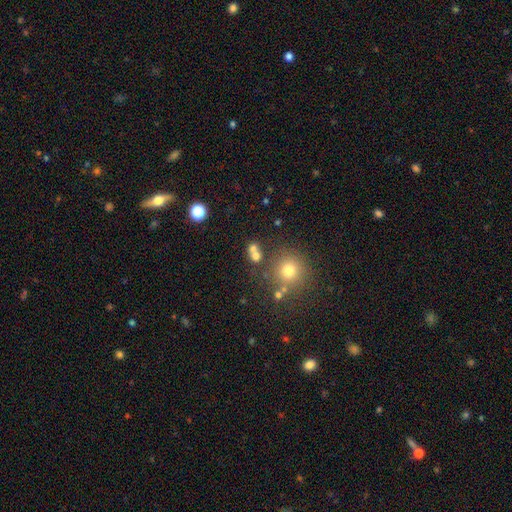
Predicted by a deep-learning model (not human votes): A smooth galaxy with no disk features (69%) that is round (74%).

Vote fractions:
- Smooth or featured? smooth: 69% / star or artifact: 18% / featured or disk: 13%
- How rounded? round: 74% / in between: 25% / cigar-shaped: 1%
- Merging? none: 51% / merger: 34% / minor disturbance: 9% / major disturbance: 5%